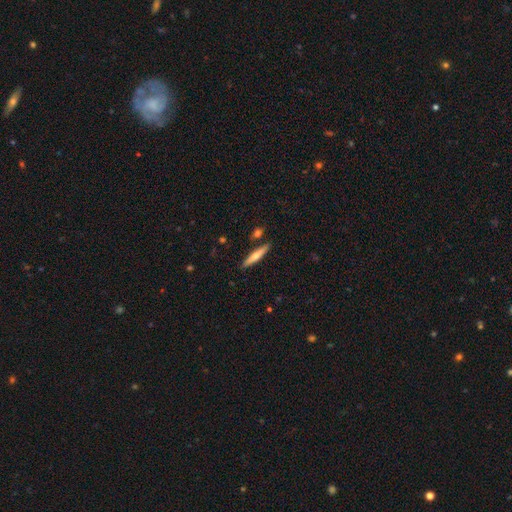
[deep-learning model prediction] Morphology: type=smooth (54%); roundness=cigar-shaped (90%); merging=none (86%).